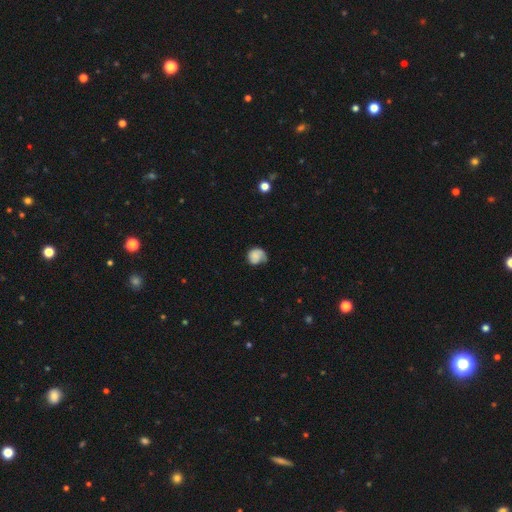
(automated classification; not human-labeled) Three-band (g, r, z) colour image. It shows a smooth galaxy with no disk features (60%) that is round (75%). Merging: none (47%).